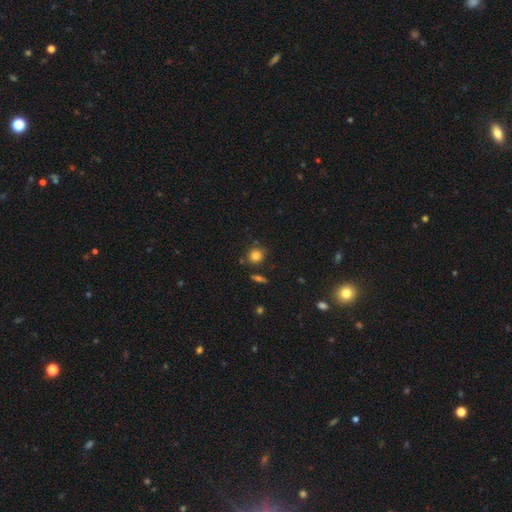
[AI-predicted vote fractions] Smooth or featured? smooth (81%)
How rounded? round (80%)
Merging? none (77%)